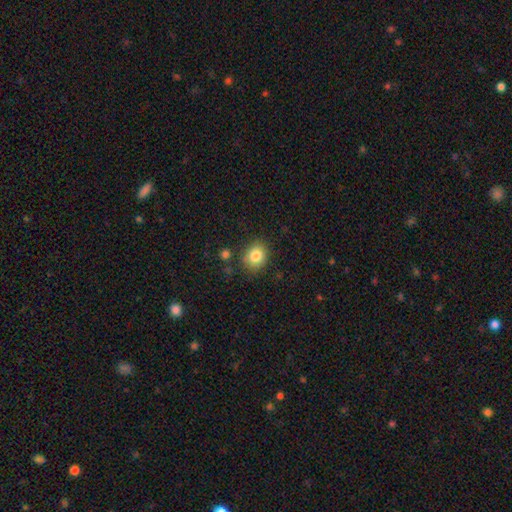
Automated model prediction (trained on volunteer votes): smooth 83%, star or artifact 9%, featured or disk 7%. Down the decision tree: how rounded — round (65%); merging — none (81%).